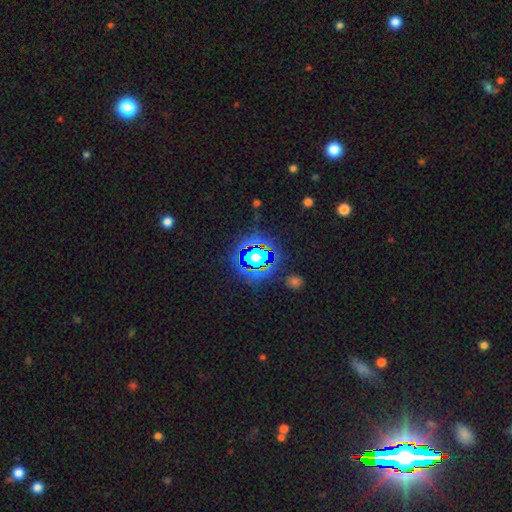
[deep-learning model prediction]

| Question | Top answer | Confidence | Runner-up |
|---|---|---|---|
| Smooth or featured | star or artifact | 81% | smooth (12%) |